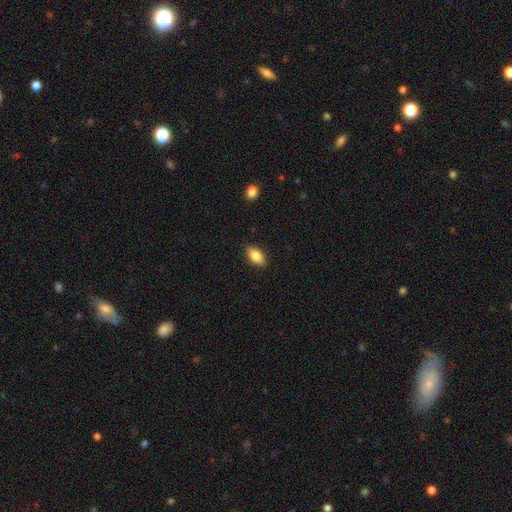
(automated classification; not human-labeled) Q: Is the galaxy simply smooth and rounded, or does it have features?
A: smooth — 84%.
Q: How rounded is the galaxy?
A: in between — 89%.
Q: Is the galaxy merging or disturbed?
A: none — 86%.